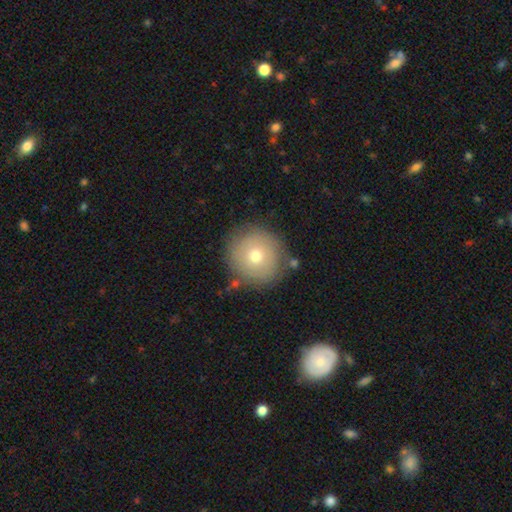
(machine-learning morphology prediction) This is likely a smooth galaxy (66%). How rounded: clearly round (94%). Merging: clearly none (82%).